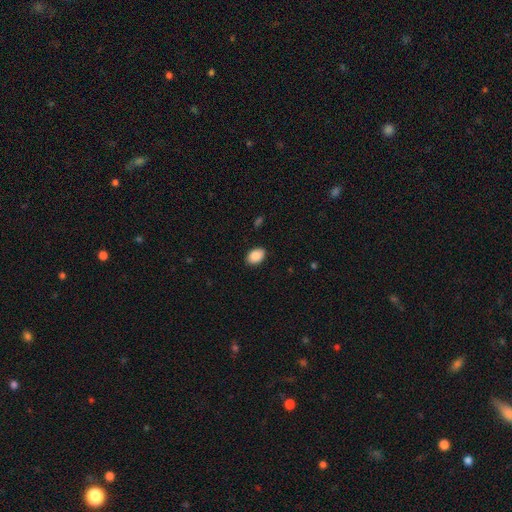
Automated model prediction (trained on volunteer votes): Morphology: type=smooth (89%); roundness=in between (83%); merging=none (88%).